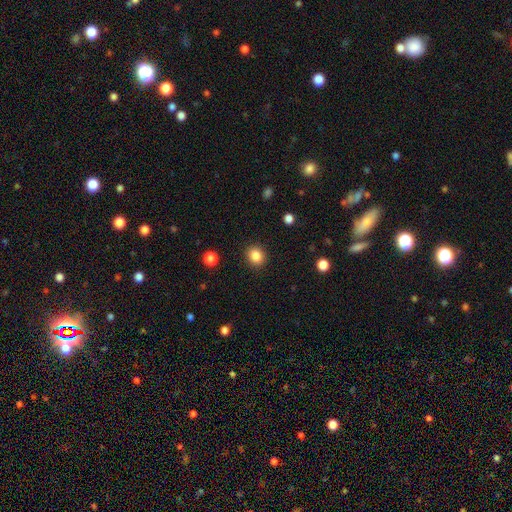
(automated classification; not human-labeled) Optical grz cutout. It shows a smooth galaxy with no disk features (86%) that is round (74%). Merging: none (91%).